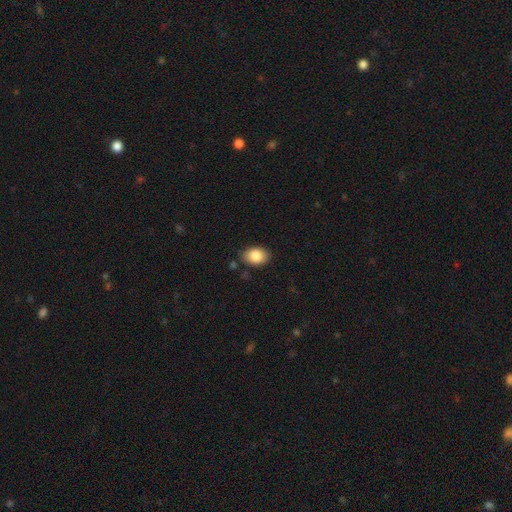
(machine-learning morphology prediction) smooth-or-featured: smooth: 86% | star or artifact: 7% | featured or disk: 7%
  how-rounded: in between: 82% | round: 17% | cigar-shaped: 1%
  merging: none: 82% | minor disturbance: 13% | major disturbance: 3% | merger: 3%